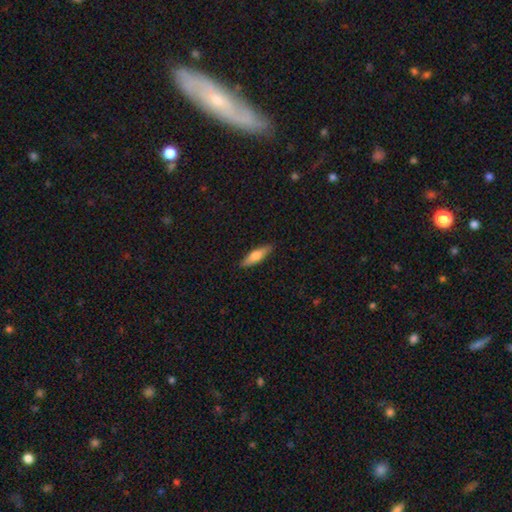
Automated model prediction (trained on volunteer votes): smooth-or-featured: smooth: 66% | featured or disk: 28% | star or artifact: 6%
  how-rounded: cigar-shaped: 56% | in between: 42% | round: 2%
  merging: none: 88% | minor disturbance: 9% | major disturbance: 2% | merger: 1%